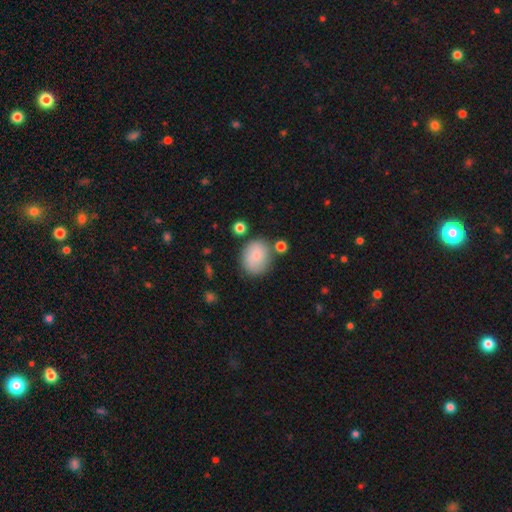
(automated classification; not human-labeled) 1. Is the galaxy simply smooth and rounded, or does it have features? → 78% smooth, 14% featured or disk, 8% star or artifact.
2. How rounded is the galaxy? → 59% round, 40% in between, 1% cigar-shaped.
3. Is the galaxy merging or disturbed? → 73% none, 17% minor disturbance, 6% merger, 5% major disturbance.